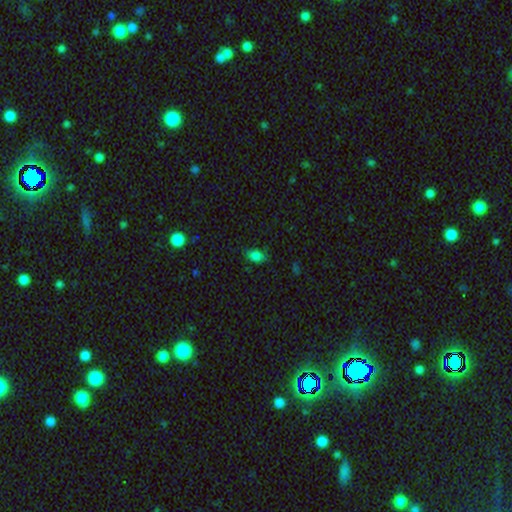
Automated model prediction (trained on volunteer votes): A smooth galaxy with no disk features (79%) that is in between round and cigar-shaped (83%). Merging: none (72%).